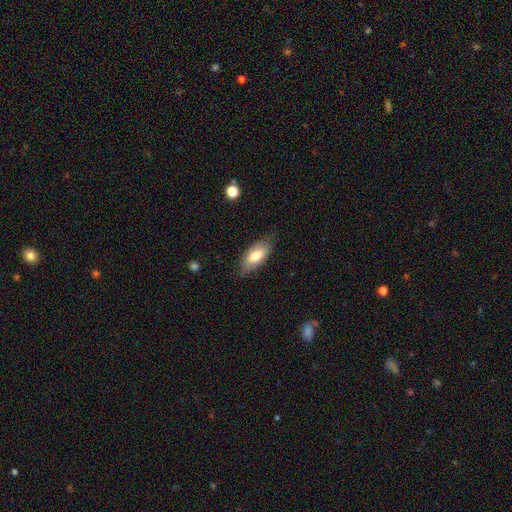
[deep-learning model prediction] Smooth or featured? Predicted: smooth (p=0.72). How rounded? Predicted: in between (p=0.84). Merging? Predicted: none (p=0.78).